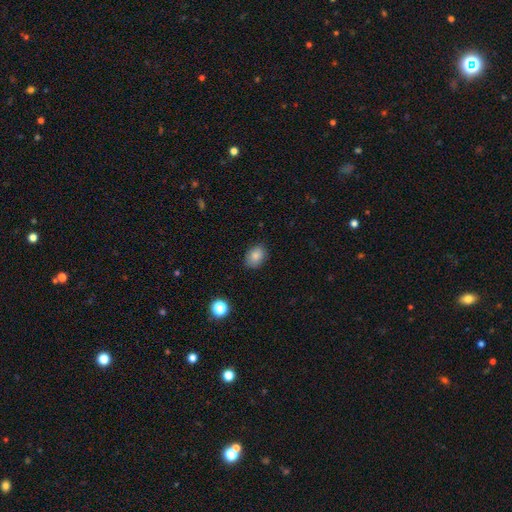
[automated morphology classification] The model was most divided on "how rounded": in between: 71%, round: 28%, cigar-shaped: 1%. More confident: merging — none (84%); smooth or featured — smooth (84%).